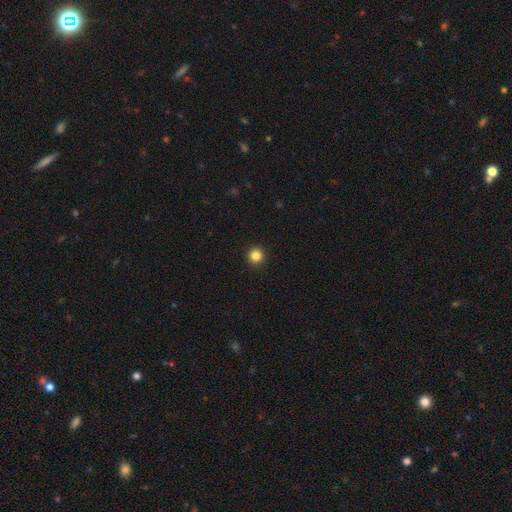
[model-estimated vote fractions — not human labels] smooth-or-featured: smooth: 84% | star or artifact: 12% | featured or disk: 4%
  how-rounded: round: 96% | in between: 3% | cigar-shaped: 1%
  merging: none: 93% | minor disturbance: 4% | major disturbance: 1% | merger: 1%